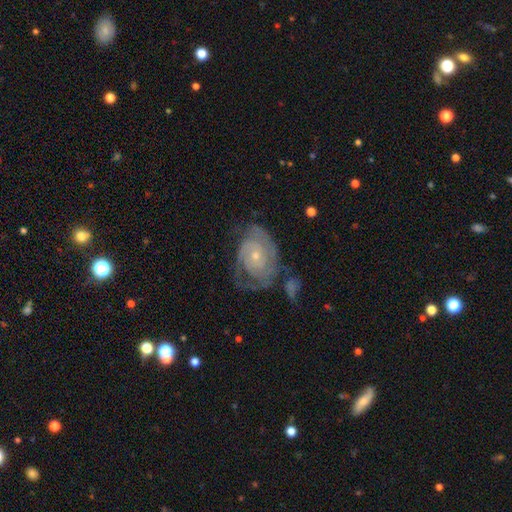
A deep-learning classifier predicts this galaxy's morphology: A featured or disk galaxy (83%) with no bar (74%), 2 (39%) tight (63%) spiral arms (92%) and a small central bulge (71%). Merging: none (49%).